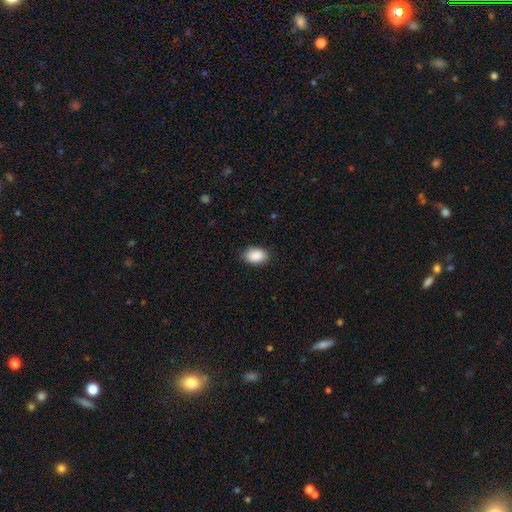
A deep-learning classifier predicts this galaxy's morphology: This appears to be a smooth galaxy with no disk features (90%) that is in between round and cigar-shaped (85%). Merging: none (85%).